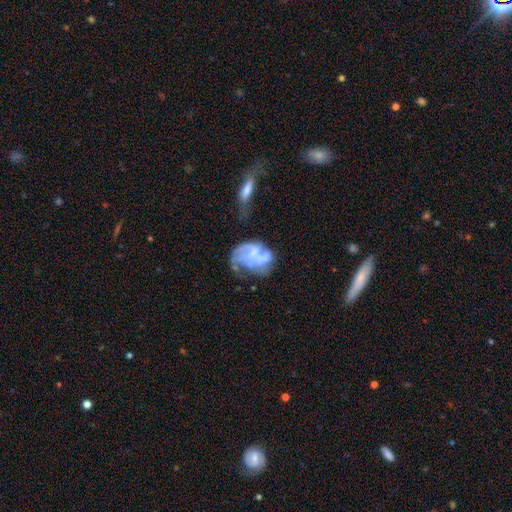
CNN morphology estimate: Smooth or featured? Predicted: featured or disk (p=0.63). Edge-on disk? Predicted: no (p=0.98). Bar? Predicted: no (p=0.81). Spiral arms? Predicted: no (p=0.67). Bulge size? Predicted: none (p=0.57). Merging? Predicted: major disturbance (p=0.35).